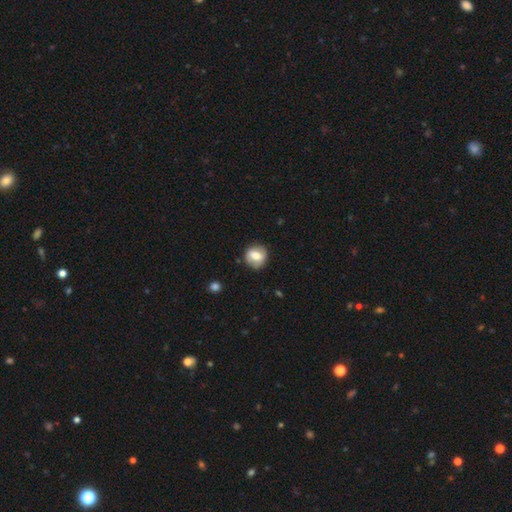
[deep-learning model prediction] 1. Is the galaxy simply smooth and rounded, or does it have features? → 65% smooth, 26% featured or disk, 8% star or artifact.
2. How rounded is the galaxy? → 76% round, 23% in between, 1% cigar-shaped.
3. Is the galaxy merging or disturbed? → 80% none, 14% minor disturbance, 4% major disturbance, 2% merger.